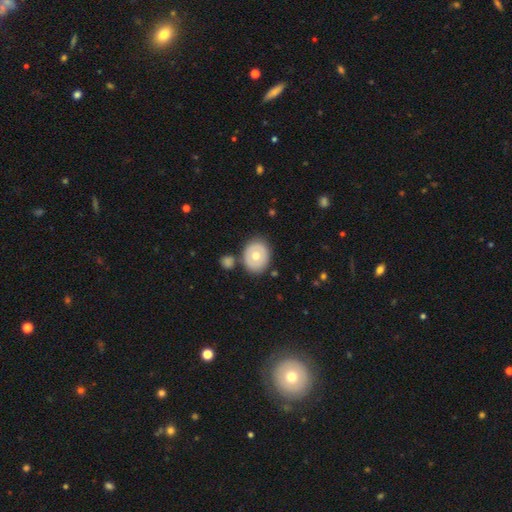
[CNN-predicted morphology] smooth-or-featured: smooth: 60% | featured or disk: 33% | star or artifact: 7%
  how-rounded: round: 60% | in between: 39% | cigar-shaped: 1%
  merging: none: 76% | minor disturbance: 13% | merger: 8% | major disturbance: 4%